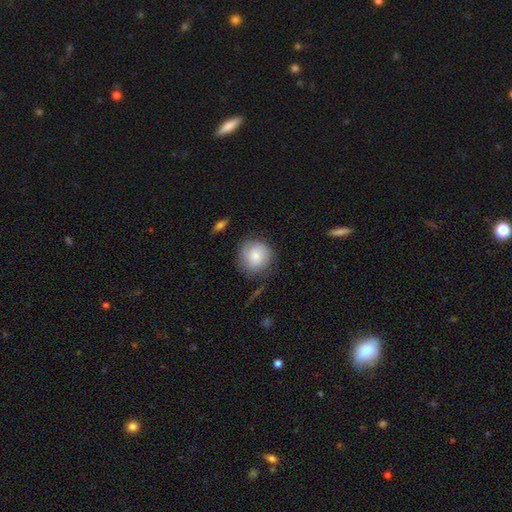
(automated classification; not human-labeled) This appears to be a smooth galaxy with no disk features (73%) that is round (89%). Merging: none (71%).